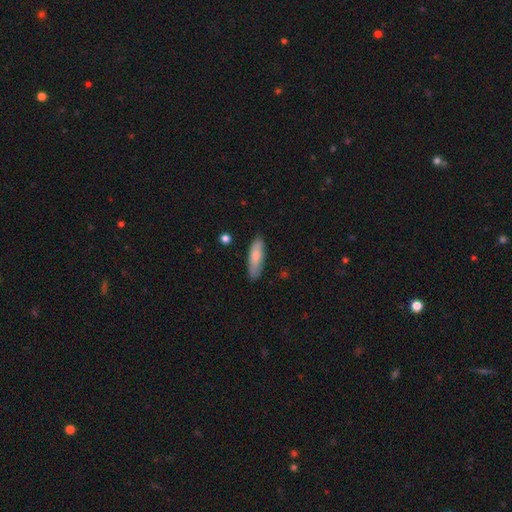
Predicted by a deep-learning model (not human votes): smooth 77%, featured or disk 18%, star or artifact 6%. Down the decision tree: how rounded — cigar-shaped (50%); merging — none (84%).